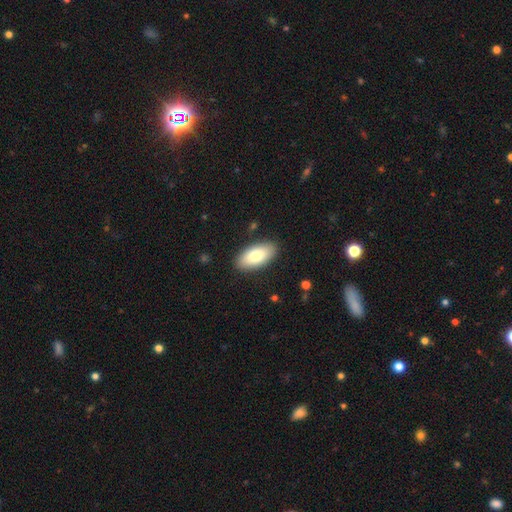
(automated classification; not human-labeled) Smooth or featured? smooth (78%)
How rounded? in between (93%)
Merging? none (88%)